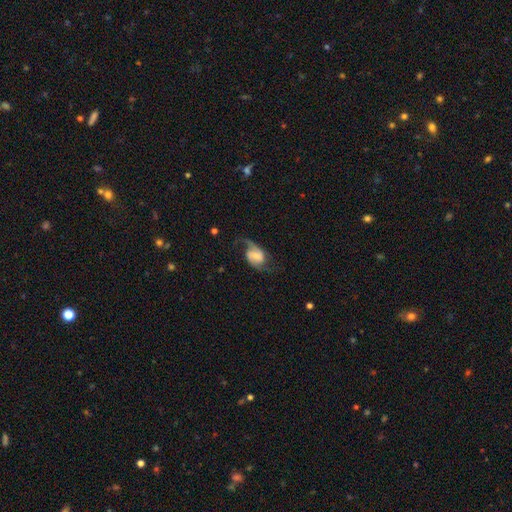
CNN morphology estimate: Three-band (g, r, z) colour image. It shows a featured or disk galaxy (80%) with a weak bar (50%), 2 (87%) loose (54%) spiral arms (95%) and a small central bulge (35%). Merging: none (63%).